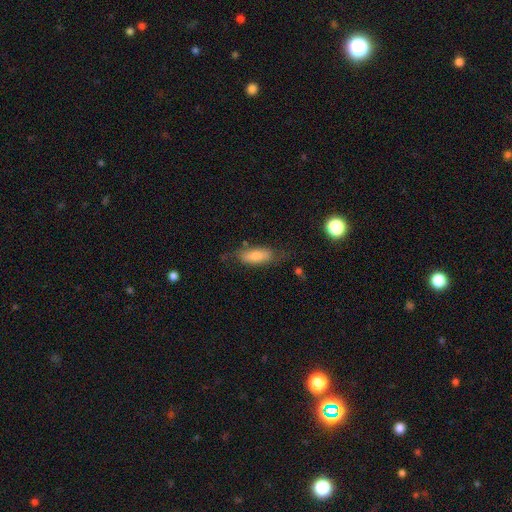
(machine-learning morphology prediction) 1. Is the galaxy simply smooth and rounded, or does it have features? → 69% smooth, 24% featured or disk, 8% star or artifact.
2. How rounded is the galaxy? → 72% in between, 25% cigar-shaped, 3% round.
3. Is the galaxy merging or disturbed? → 64% none, 24% minor disturbance, 9% major disturbance, 3% merger.